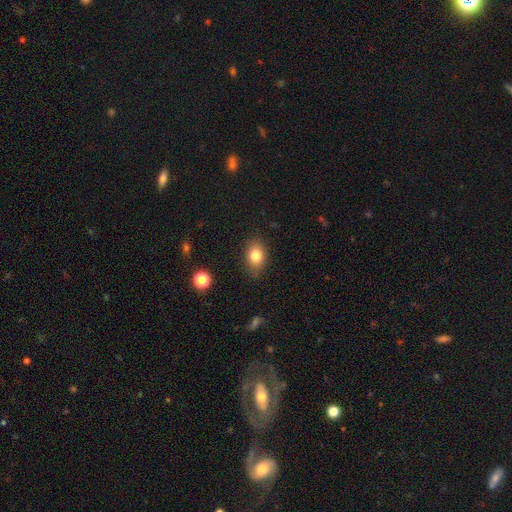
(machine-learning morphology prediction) Smooth or featured? smooth (81%)
How rounded? in between (75%)
Merging? none (81%)